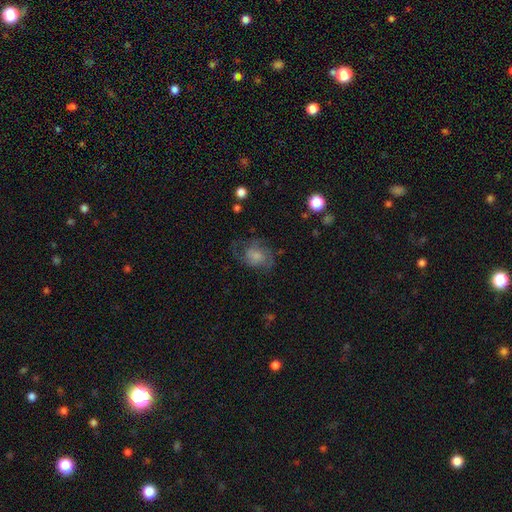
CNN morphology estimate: Q: Smooth or featured?
A: smooth (47%); runner-up: featured or disk (43%)
Q: Merging?
A: none (45%); runner-up: major disturbance (28%)